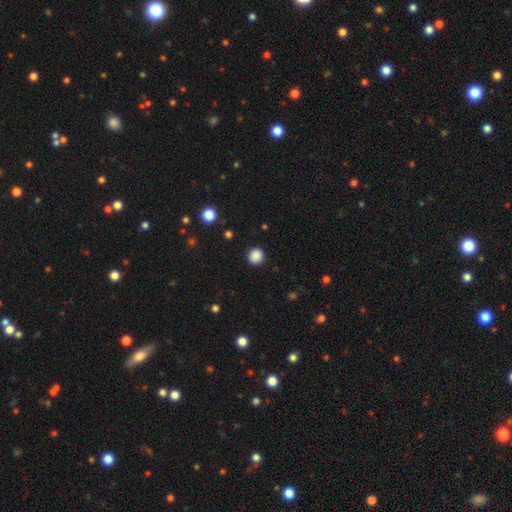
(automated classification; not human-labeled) Q: Smooth or featured?
A: smooth (87%); runner-up: star or artifact (10%)
Q: How rounded?
A: round (90%); runner-up: in between (9%)
Q: Merging?
A: none (91%); runner-up: minor disturbance (6%)